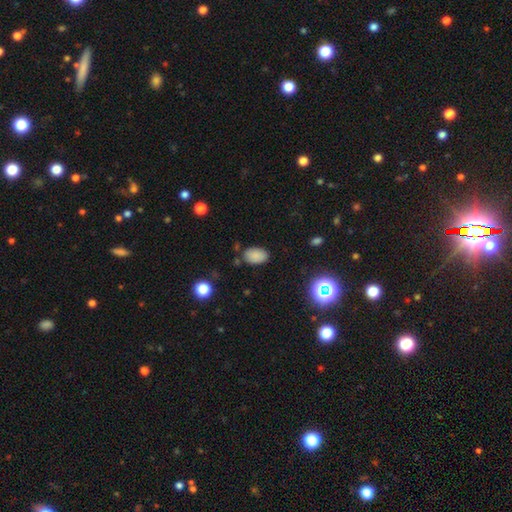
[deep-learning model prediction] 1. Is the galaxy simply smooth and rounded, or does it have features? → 84% smooth, 11% star or artifact, 5% featured or disk.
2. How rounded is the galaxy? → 90% in between, 9% round, 1% cigar-shaped.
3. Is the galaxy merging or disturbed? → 80% none, 13% minor disturbance, 3% major disturbance, 3% merger.